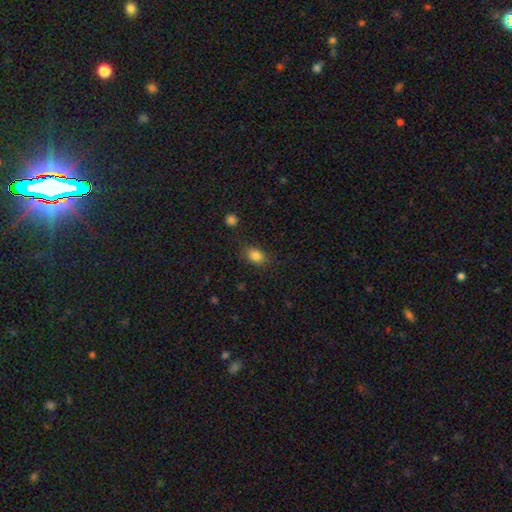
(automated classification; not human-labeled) smooth 84%, star or artifact 11%, featured or disk 5%. Down the decision tree: how rounded — in between (68%); merging — none (80%).